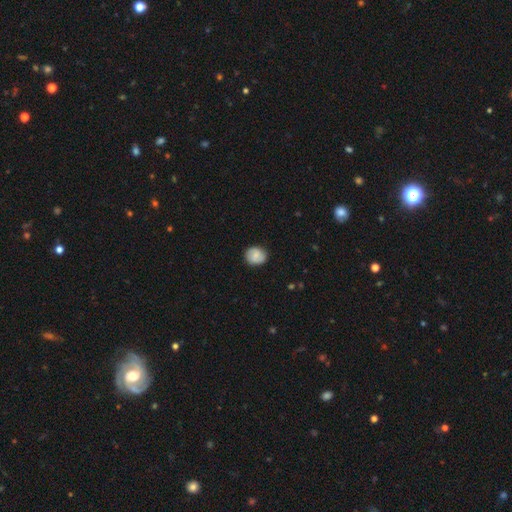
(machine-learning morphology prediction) type=smooth (67%); roundness=round (75%); merging=none (85%).